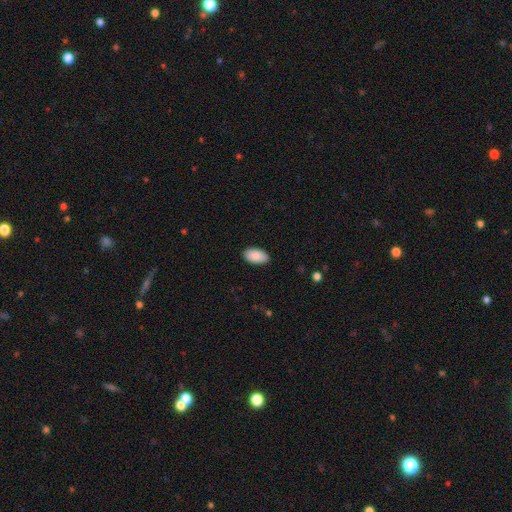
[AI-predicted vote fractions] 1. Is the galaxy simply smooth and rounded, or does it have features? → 90% smooth, 6% star or artifact, 4% featured or disk.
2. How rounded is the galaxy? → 96% in between, 3% round, 2% cigar-shaped.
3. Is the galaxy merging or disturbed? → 89% none, 8% minor disturbance, 2% major disturbance, 1% merger.